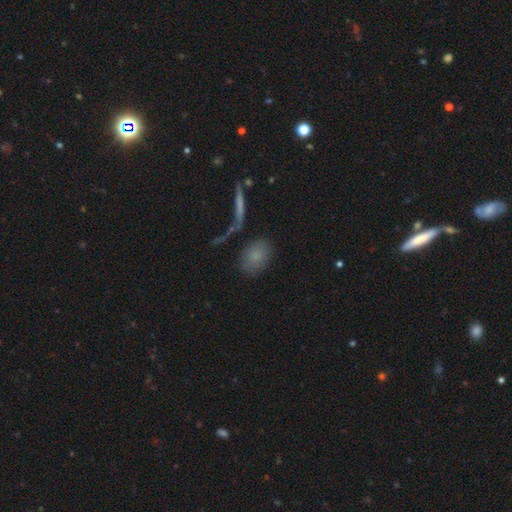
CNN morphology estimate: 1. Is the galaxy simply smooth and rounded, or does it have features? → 82% smooth, 9% featured or disk, 9% star or artifact.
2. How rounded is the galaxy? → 76% in between, 20% round, 4% cigar-shaped.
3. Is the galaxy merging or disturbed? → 76% none, 13% minor disturbance, 6% merger, 5% major disturbance.